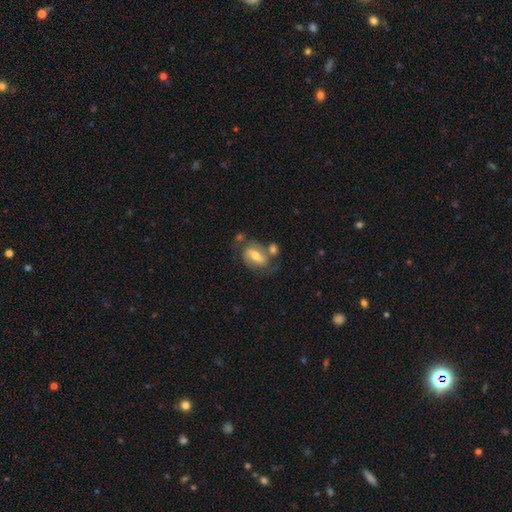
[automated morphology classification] Smooth or featured? Predicted: featured or disk (p=0.51). Edge-on disk? Predicted: no (p=0.91). Merging? Predicted: none (p=0.54).